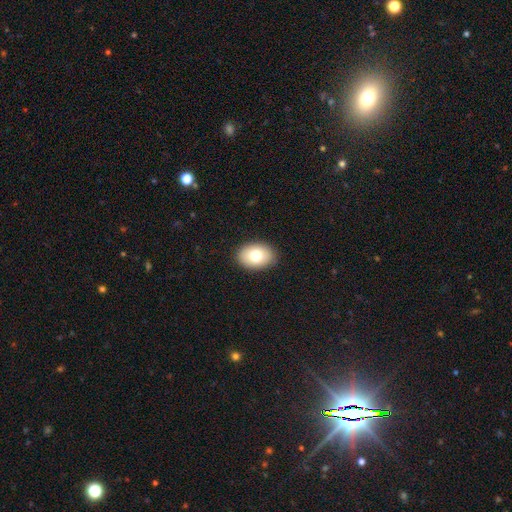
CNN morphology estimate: Smooth or featured?
  - smooth: 76% *
  - featured or disk: 16%
  - star or artifact: 8%
How rounded?
  - in between: 80% *
  - round: 19%
  - cigar-shaped: 1%
Merging?
  - none: 89% *
  - minor disturbance: 8%
  - major disturbance: 2%
  - merger: 1%